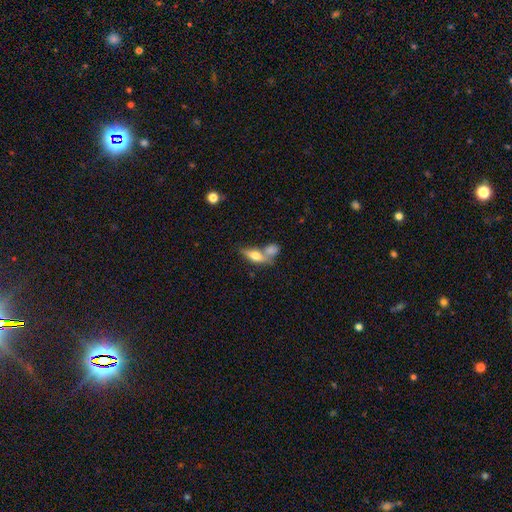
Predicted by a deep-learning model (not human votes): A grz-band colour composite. It shows a smooth galaxy with no disk features (54%) that is in between round and cigar-shaped (59%). Merging: merger (43%).